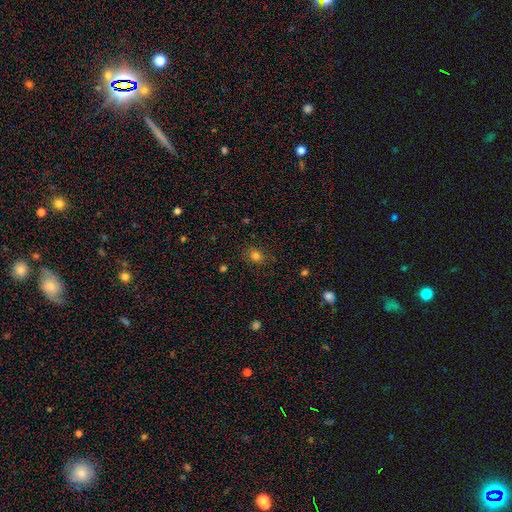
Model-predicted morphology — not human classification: This appears to be a smooth galaxy with no disk features (79%) that is in between round and cigar-shaped (50%). Merging: none (78%).